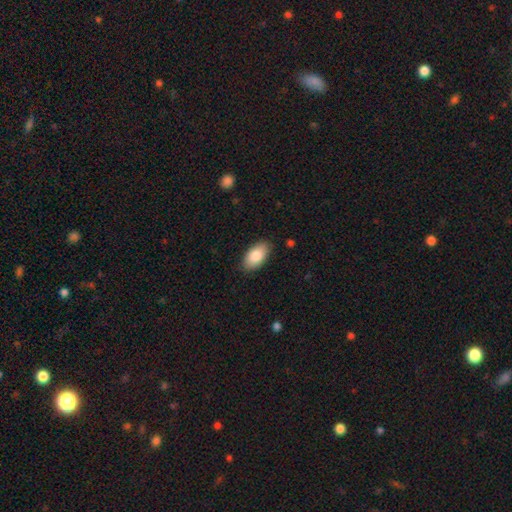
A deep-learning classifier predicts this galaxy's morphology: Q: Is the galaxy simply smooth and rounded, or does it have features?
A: smooth — 86%.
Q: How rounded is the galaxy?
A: in between — 94%.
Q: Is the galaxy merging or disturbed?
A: none — 86%.